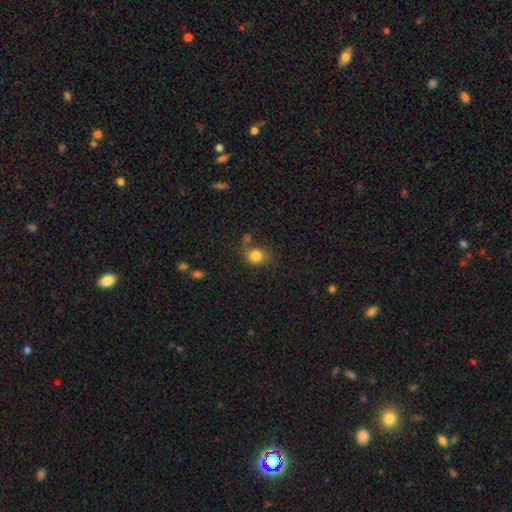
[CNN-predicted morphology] type=smooth (82%); roundness=round (60%); merging=none (62%).